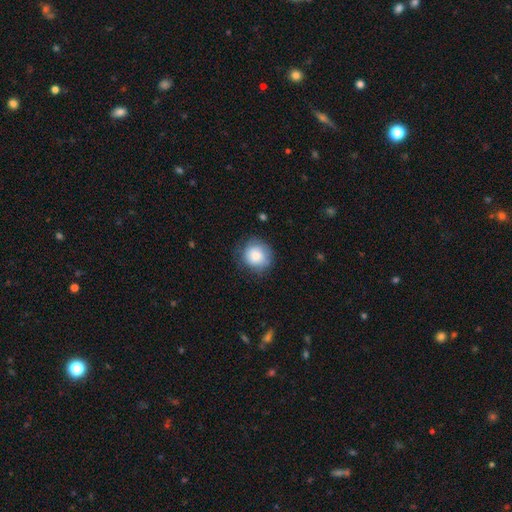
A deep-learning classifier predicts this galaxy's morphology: Smooth or featured? smooth (80%)
How rounded? round (89%)
Merging? none (75%)